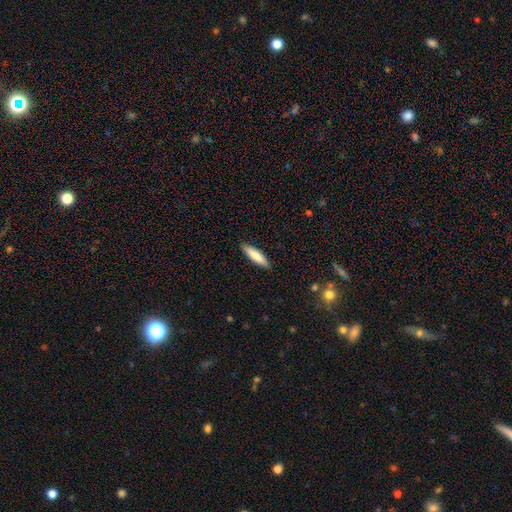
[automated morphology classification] Overall: smooth (79%). How rounded: cigar-shaped (72%). Merging: none (89%).